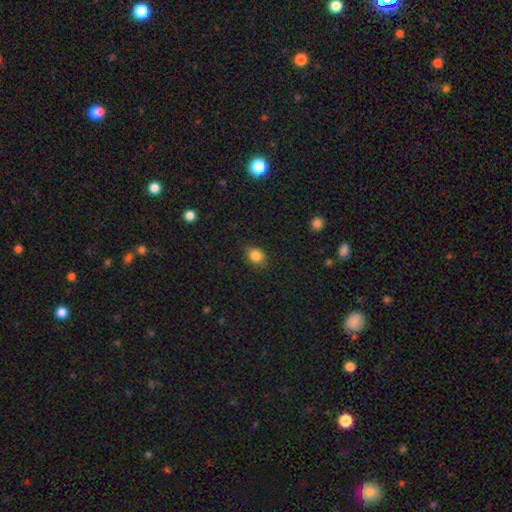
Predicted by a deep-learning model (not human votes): Smooth or featured? smooth (85%)
How rounded? round (58%)
Merging? none (81%)